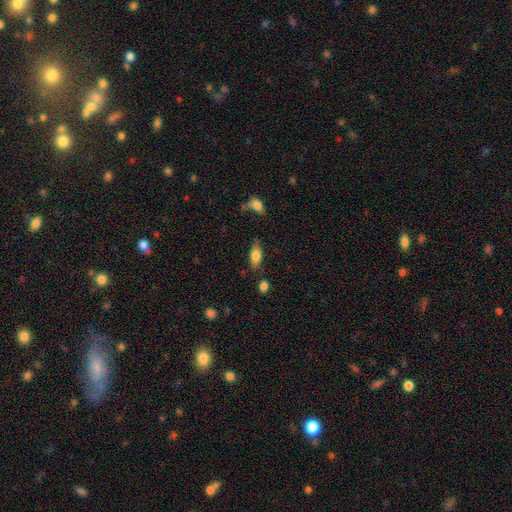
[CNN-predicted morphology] smooth-or-featured: smooth: 70% | featured or disk: 22% | star or artifact: 8%
  how-rounded: in between: 78% | cigar-shaped: 18% | round: 4%
  merging: none: 71% | minor disturbance: 18% | major disturbance: 5% | merger: 5%